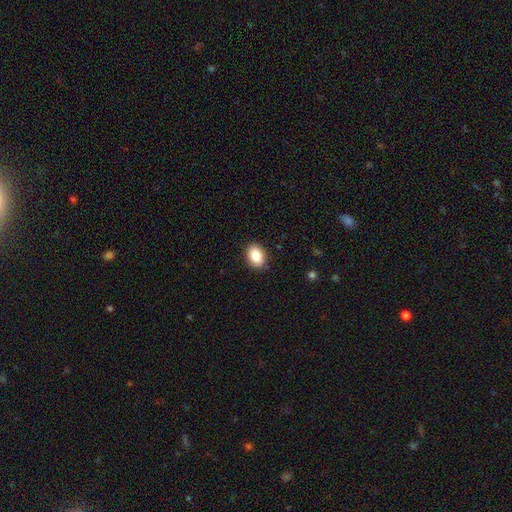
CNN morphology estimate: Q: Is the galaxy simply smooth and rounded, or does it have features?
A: smooth — 86%.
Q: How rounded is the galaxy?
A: in between — 79%.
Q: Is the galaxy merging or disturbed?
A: none — 88%.